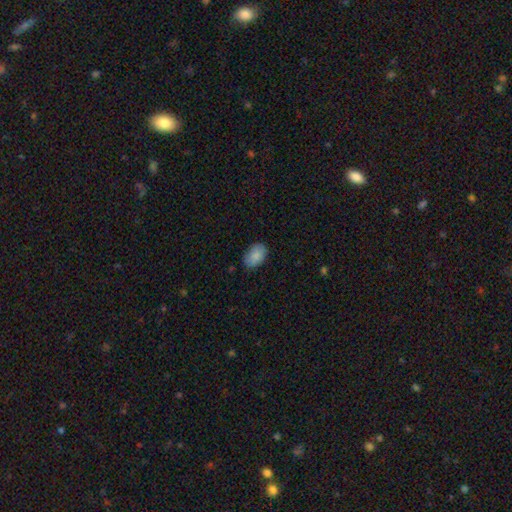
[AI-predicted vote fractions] smooth-or-featured: smooth: 87% | star or artifact: 7% | featured or disk: 6%
  how-rounded: in between: 87% | round: 12% | cigar-shaped: 1%
  merging: none: 82% | minor disturbance: 14% | major disturbance: 3% | merger: 1%